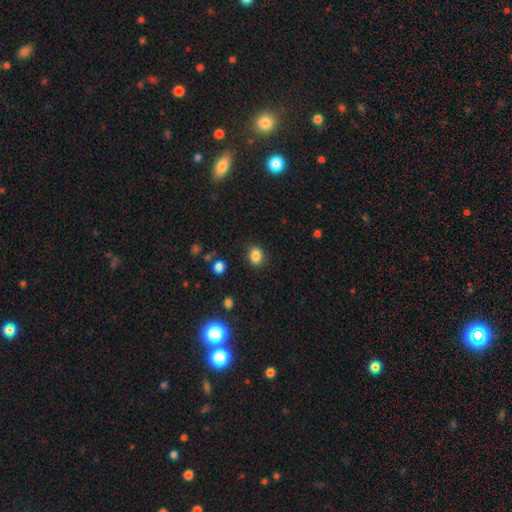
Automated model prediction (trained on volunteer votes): smooth-or-featured: smooth: 85% | star or artifact: 11% | featured or disk: 4%
  how-rounded: round: 54% | in between: 45% | cigar-shaped: 1%
  merging: none: 87% | minor disturbance: 9% | major disturbance: 3% | merger: 2%